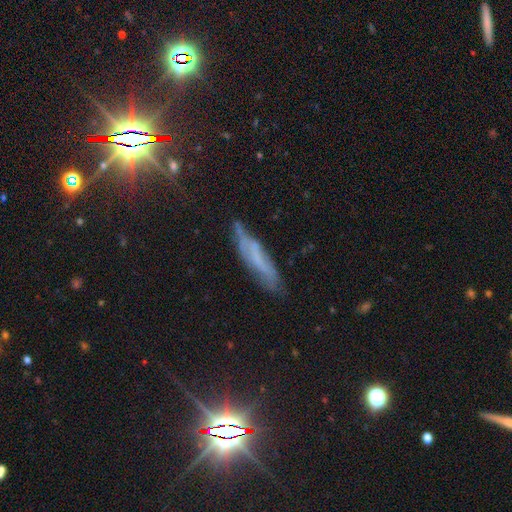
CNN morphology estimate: The model was most divided on "smooth or featured": featured or disk: 49%, smooth: 33%, star or artifact: 18%. More confident: merging — none (69%).